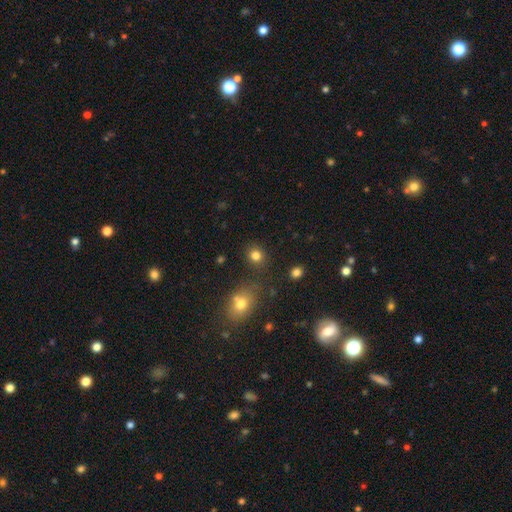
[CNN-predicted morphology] This appears to be a smooth galaxy with no disk features (82%) that is round (80%). Merging: none (84%).